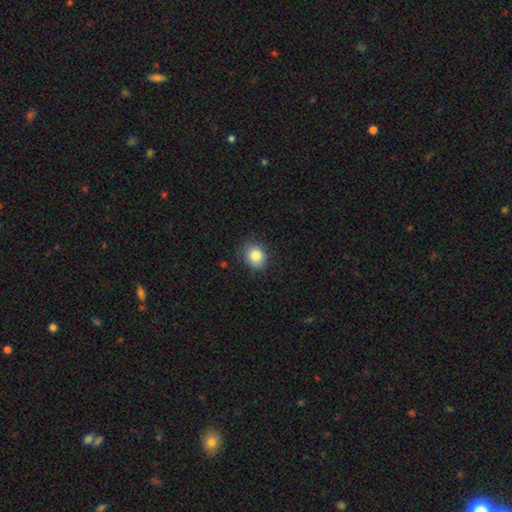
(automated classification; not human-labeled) Smooth or featured?
  - smooth: 84% *
  - star or artifact: 9%
  - featured or disk: 6%
How rounded?
  - round: 63% *
  - in between: 36%
  - cigar-shaped: 1%
Merging?
  - none: 83% *
  - minor disturbance: 13%
  - major disturbance: 3%
  - merger: 1%